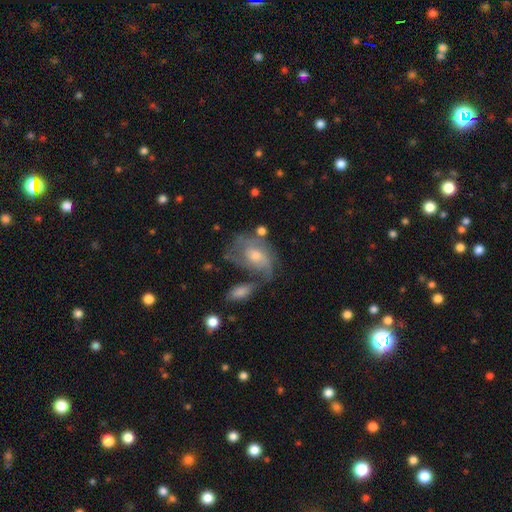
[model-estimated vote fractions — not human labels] Smooth or featured?
  - featured or disk: 68% *
  - smooth: 23%
  - star or artifact: 8%
Edge-on disk?
  - no: 96% *
  - yes: 4%
Bar?
  - no: 67% *
  - weak: 28%
  - strong: 5%
Spiral arms?
  - yes: 80% *
  - no: 20%
Spiral winding?
  - medium: 41% *
  - tight: 35%
  - loose: 24%
Spiral arm count?
  - can't tell: 37% *
  - 2: 32%
  - 3: 13%
  - 1: 11%
  - 4: 4%
  - more than 4: 3%
Bulge size?
  - moderate: 48% *
  - small: 44%
  - large: 4%
  - none: 3%
  - dominant: 1%
Merging?
  - none: 39% *
  - major disturbance: 23%
  - minor disturbance: 22%
  - merger: 17%